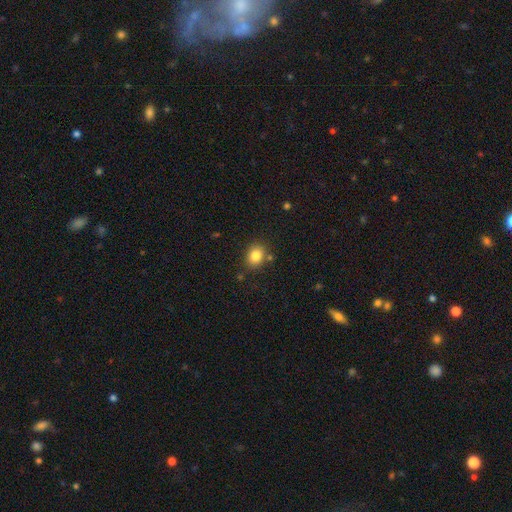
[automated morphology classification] Smooth or featured? smooth (83%)
How rounded? round (52%)
Merging? none (80%)